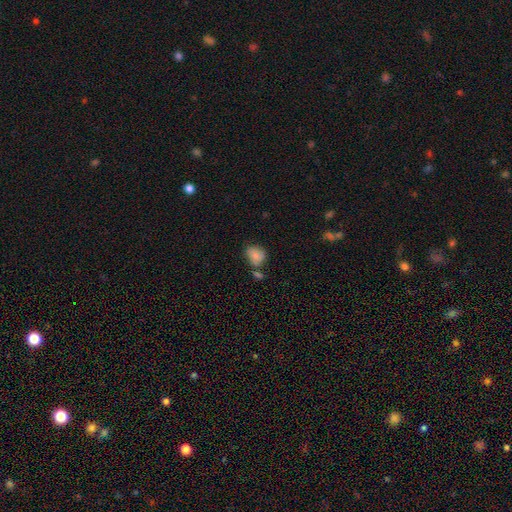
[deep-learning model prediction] Morphology: type=smooth (80%); roundness=round (51%); merging=none (51%).